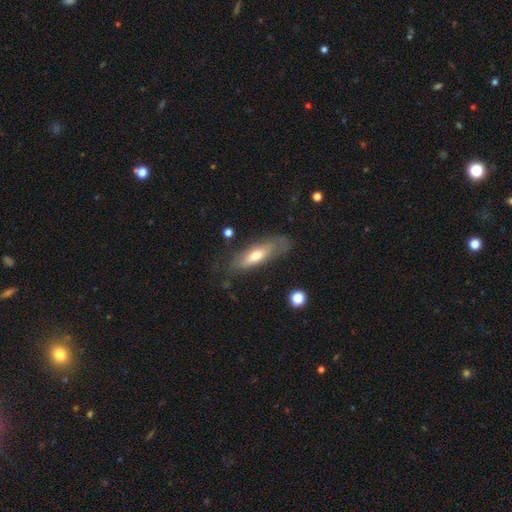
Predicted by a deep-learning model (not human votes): The model was most divided on "how rounded": in between: 49%, cigar-shaped: 48%, round: 2%. More confident: merging — none (66%); smooth or featured — smooth (54%).